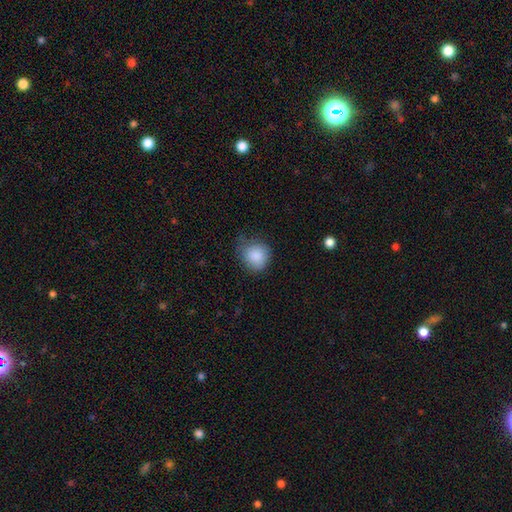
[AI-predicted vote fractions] Q: Smooth or featured?
A: smooth (87%); runner-up: star or artifact (8%)
Q: How rounded?
A: round (79%); runner-up: in between (20%)
Q: Merging?
A: none (54%); runner-up: minor disturbance (35%)